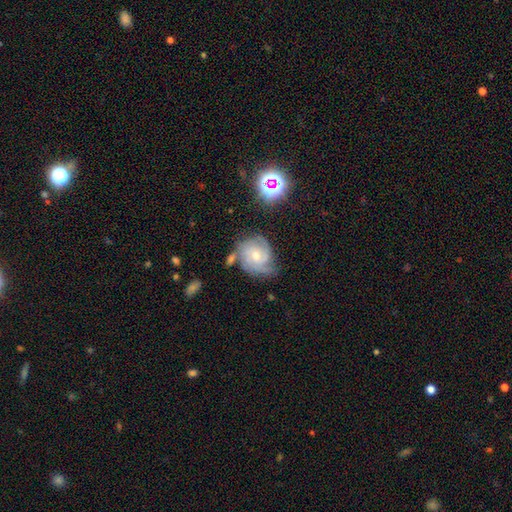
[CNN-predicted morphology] Overall: featured or disk (78%). Edge-on disk: no (97%). Bar: no (71%). Spiral arms: yes (95%). Spiral arm count: 3 (37%; can't tell 23%). Spiral winding: tight (63%; medium 31%). Bulge size: moderate (50%; small 46%). Merging: none (59%; minor disturbance 24%).